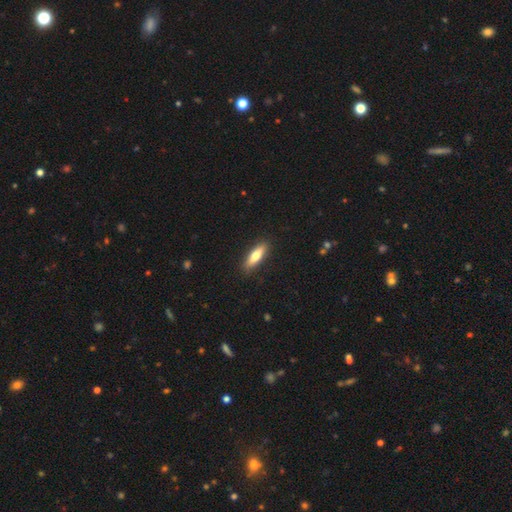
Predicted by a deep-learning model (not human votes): Smooth or featured? Predicted: smooth (p=0.71). How rounded? Predicted: cigar-shaped (p=0.57). Merging? Predicted: none (p=0.89).